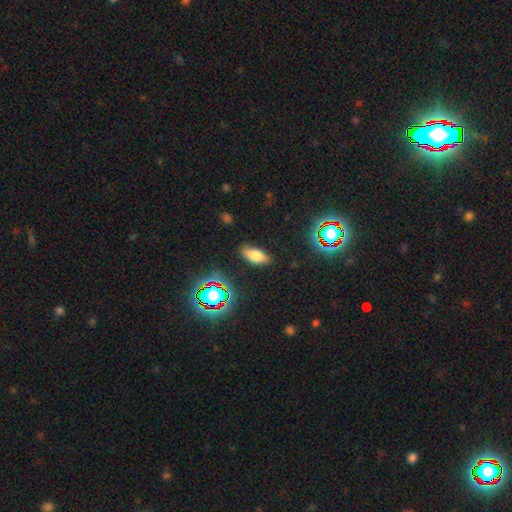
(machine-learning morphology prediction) Overall: smooth (72%). How rounded: in between (84%). Merging: none (84%).